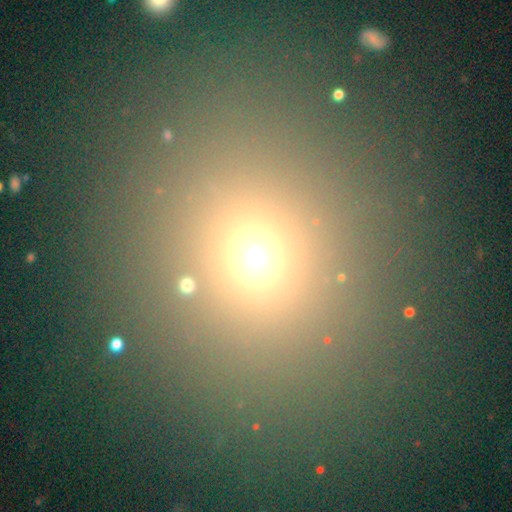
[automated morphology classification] A smooth galaxy with no disk features (67%) that is round (72%).

Vote fractions:
- Smooth or featured? smooth: 67% / star or artifact: 24% / featured or disk: 9%
- How rounded? round: 72% / in between: 26% / cigar-shaped: 2%
- Merging? none: 72% / merger: 12% / minor disturbance: 9% / major disturbance: 6%